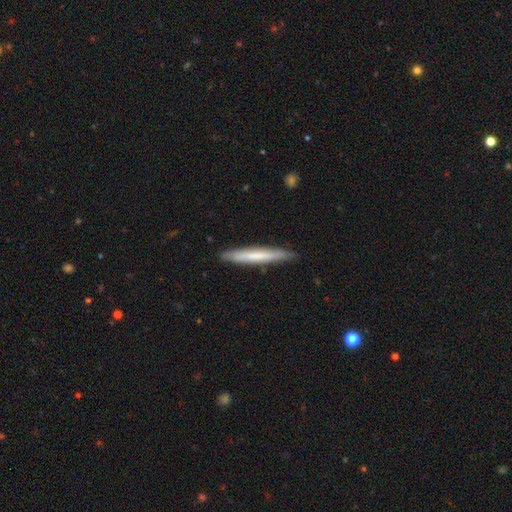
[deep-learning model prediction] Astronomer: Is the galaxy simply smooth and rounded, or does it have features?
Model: smooth — 61%.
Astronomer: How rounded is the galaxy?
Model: cigar-shaped — 96%.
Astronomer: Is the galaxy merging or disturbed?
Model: none — 88%.